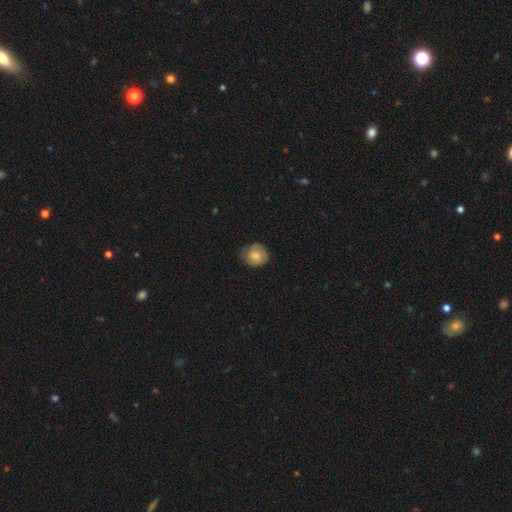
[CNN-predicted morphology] smooth 76%, featured or disk 17%, star or artifact 7%. Down the decision tree: how rounded — round (77%); merging — none (68%).